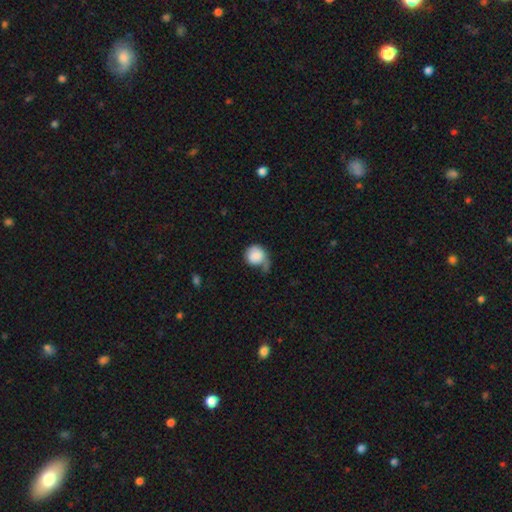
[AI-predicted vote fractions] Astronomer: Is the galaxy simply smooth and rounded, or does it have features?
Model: smooth — 84%.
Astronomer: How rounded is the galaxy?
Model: round — 83%.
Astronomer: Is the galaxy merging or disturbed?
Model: minor disturbance — 34% (runner-up: none, 31%).